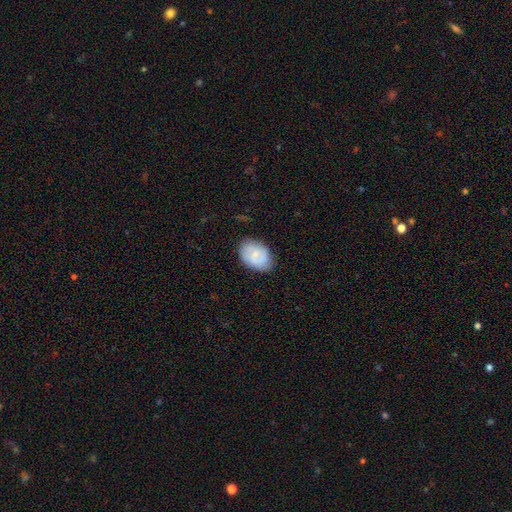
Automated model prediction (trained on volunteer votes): Morphology: type=smooth (60%); roundness=in between (84%); merging=none (80%).